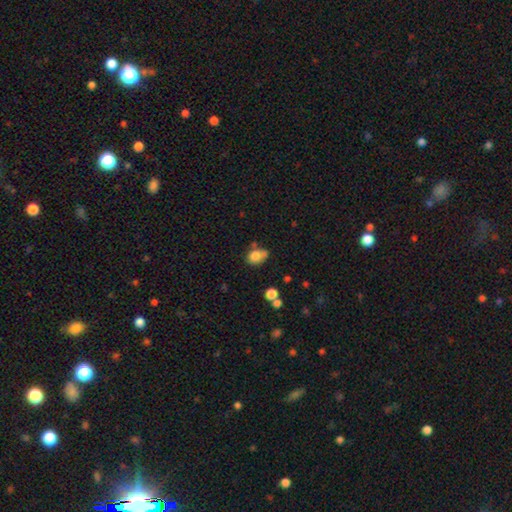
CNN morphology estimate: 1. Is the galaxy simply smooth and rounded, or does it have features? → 78% smooth, 11% featured or disk, 10% star or artifact.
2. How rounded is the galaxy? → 53% in between, 46% round, 1% cigar-shaped.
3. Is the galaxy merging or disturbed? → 44% none, 24% minor disturbance, 22% merger, 10% major disturbance.